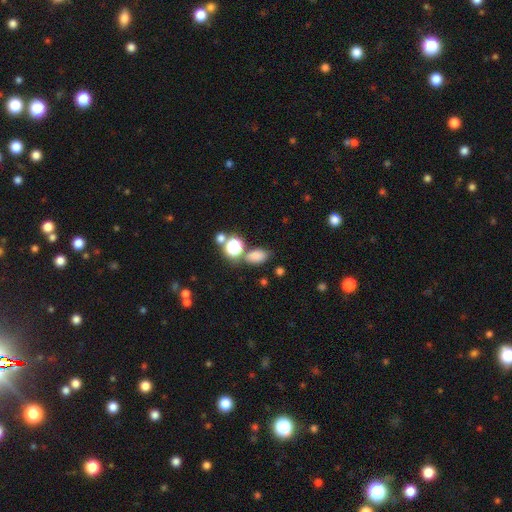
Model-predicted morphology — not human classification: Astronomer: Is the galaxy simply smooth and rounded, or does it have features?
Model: smooth — 75%.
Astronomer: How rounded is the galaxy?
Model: in between — 78%.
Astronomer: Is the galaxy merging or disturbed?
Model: none — 67%.